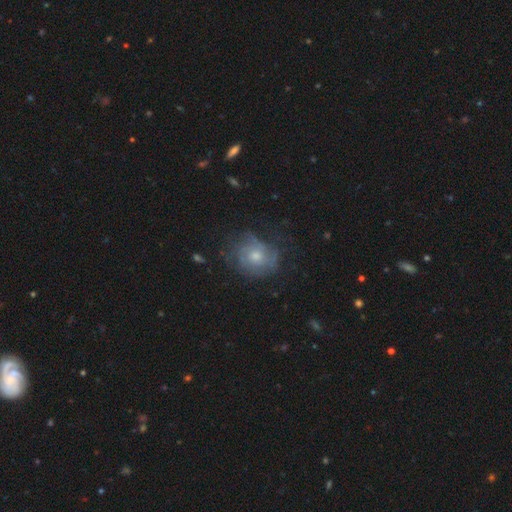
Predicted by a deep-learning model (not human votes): A featured or disk galaxy (54%) with no bar (84%), spiral arms (70%) and a moderate central bulge (52%). Merging: none (58%).